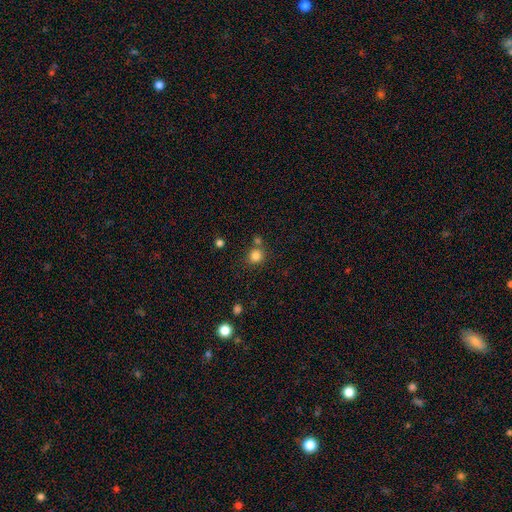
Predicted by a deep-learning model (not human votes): This appears to be a smooth galaxy with no disk features (83%) that is round (87%). Merging: none (71%).